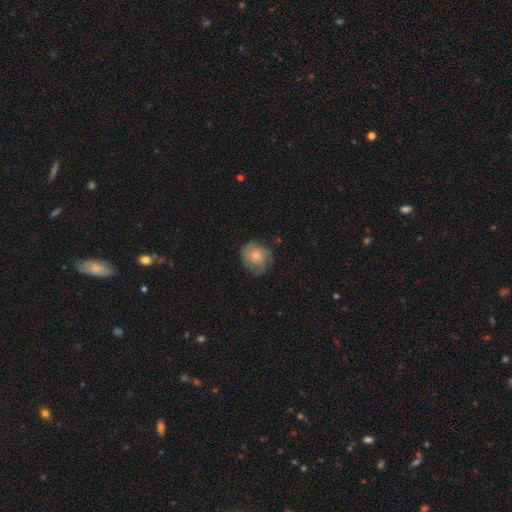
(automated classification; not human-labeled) Smooth or featured?
  - featured or disk: 58% *
  - smooth: 35%
  - star or artifact: 8%
Edge-on disk?
  - no: 98% *
  - yes: 2%
Bar?
  - no: 83% *
  - weak: 15%
  - strong: 2%
Spiral arms?
  - yes: 87% *
  - no: 13%
Bulge size?
  - small: 62% *
  - moderate: 31%
  - none: 3%
  - large: 2%
  - dominant: 1%
Merging?
  - none: 66% *
  - minor disturbance: 24%
  - major disturbance: 9%
  - merger: 1%